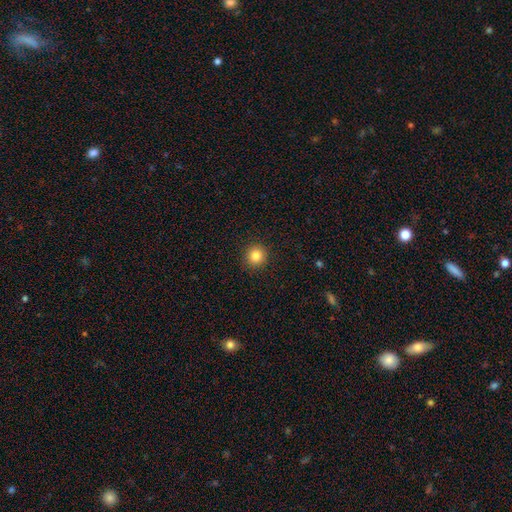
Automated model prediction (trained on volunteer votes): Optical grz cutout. It shows a smooth galaxy with no disk features (83%) that is round (92%). Merging: none (92%).